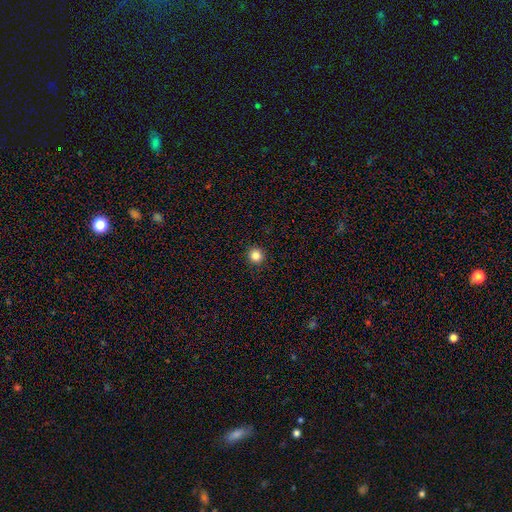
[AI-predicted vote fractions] Smooth or featured? Predicted: smooth (p=0.84). How rounded? Predicted: round (p=0.95). Merging? Predicted: none (p=0.93).